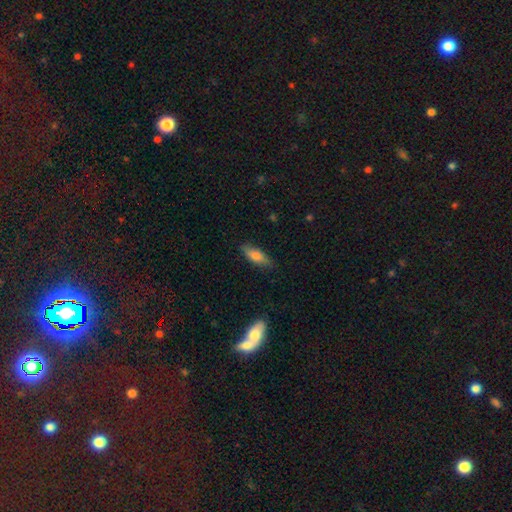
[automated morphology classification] Smooth or featured: smooth — 75% (featured or disk — 18%)
How rounded: in between — 64% (cigar-shaped — 33%)
Merging: none — 81% (minor disturbance — 15%)